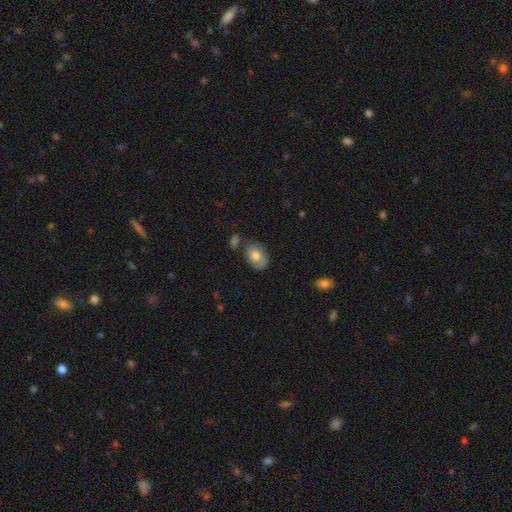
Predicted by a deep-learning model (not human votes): Overall: smooth (73%). How rounded: in between (79%). Merging: none (66%).